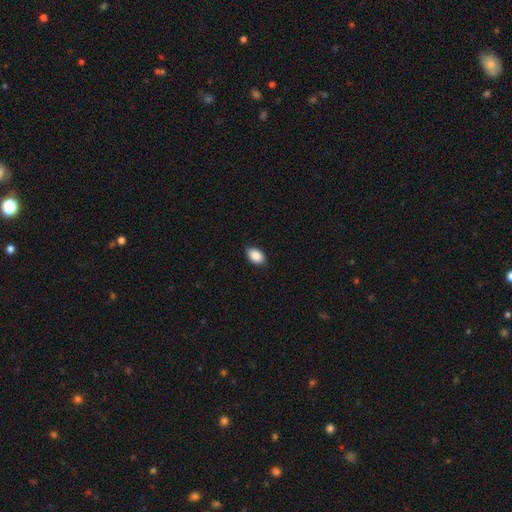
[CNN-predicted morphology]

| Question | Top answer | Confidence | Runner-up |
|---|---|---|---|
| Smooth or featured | smooth | 89% | star or artifact (7%) |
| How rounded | in between | 87% | round (12%) |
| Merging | none | 85% | minor disturbance (12%) |